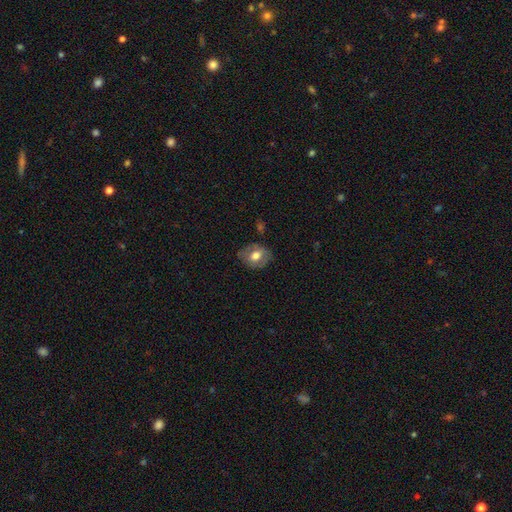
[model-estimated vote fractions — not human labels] smooth 57%, featured or disk 36%, star or artifact 8%. Down the decision tree: how rounded — in between (55%); merging — none (70%).